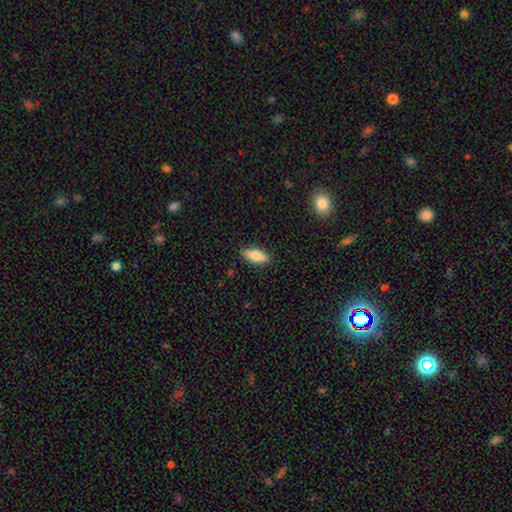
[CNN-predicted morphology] This is clearly a smooth galaxy (82%). How rounded: likely in between (69%). Merging: clearly none (88%).